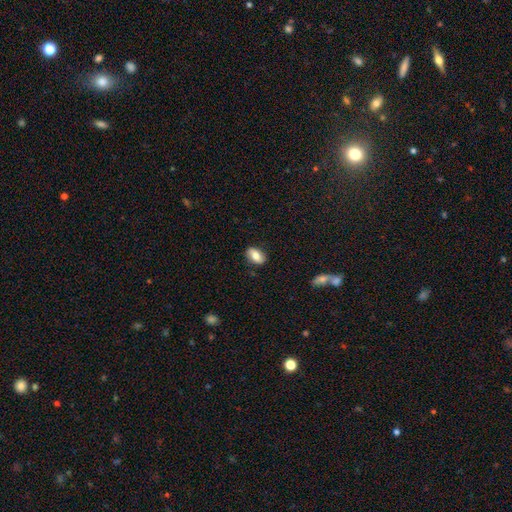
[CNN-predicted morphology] smooth-or-featured: smooth: 73% | featured or disk: 20% | star or artifact: 8%
  how-rounded: in between: 89% | round: 9% | cigar-shaped: 3%
  merging: none: 84% | minor disturbance: 12% | major disturbance: 3% | merger: 1%